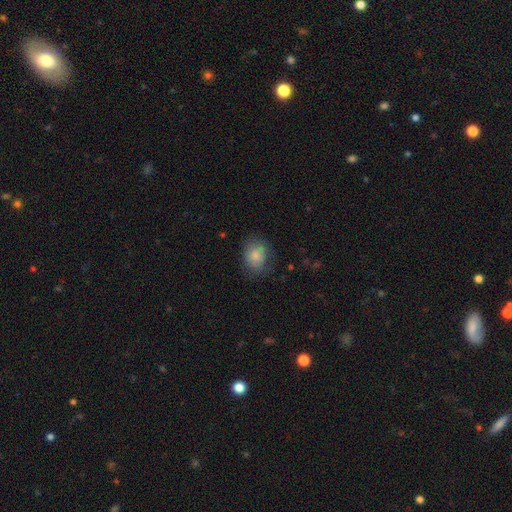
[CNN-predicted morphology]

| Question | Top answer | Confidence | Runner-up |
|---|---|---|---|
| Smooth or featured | smooth | 83% | featured or disk (9%) |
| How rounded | round | 56% | in between (43%) |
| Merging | none | 70% | minor disturbance (20%) |